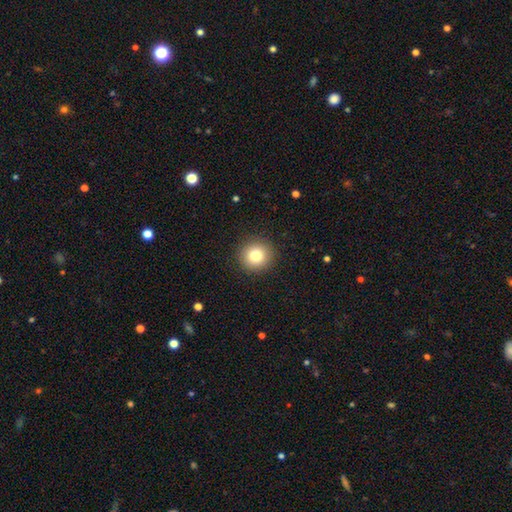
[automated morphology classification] A smooth galaxy with no disk features (80%) that is round (94%).

Vote fractions:
- Smooth or featured? smooth: 80% / star or artifact: 11% / featured or disk: 9%
- How rounded? round: 94% / in between: 6% / cigar-shaped: 1%
- Merging? none: 91% / minor disturbance: 5% / major disturbance: 2% / merger: 1%